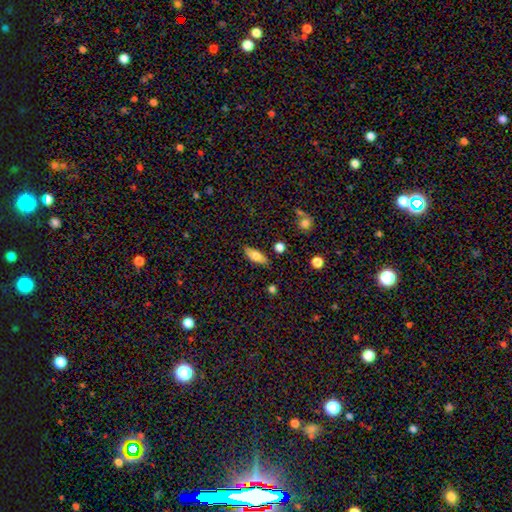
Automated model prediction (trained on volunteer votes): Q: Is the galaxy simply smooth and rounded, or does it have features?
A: smooth — 75%.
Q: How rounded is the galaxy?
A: in between — 78%.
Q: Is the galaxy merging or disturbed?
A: none — 83%.